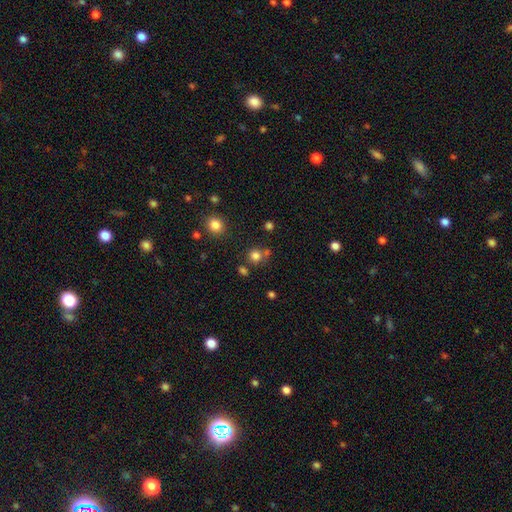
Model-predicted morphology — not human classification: Smooth or featured? smooth (78%)
How rounded? round (88%)
Merging? none (68%)